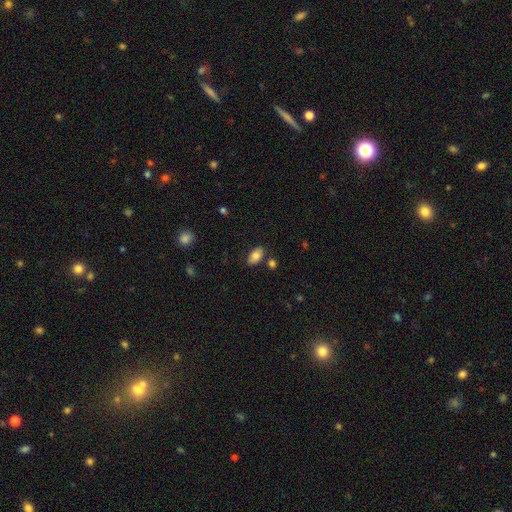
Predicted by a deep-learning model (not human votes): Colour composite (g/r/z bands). It shows a smooth galaxy with no disk features (81%) that is in between round and cigar-shaped (94%). Merging: none (79%).